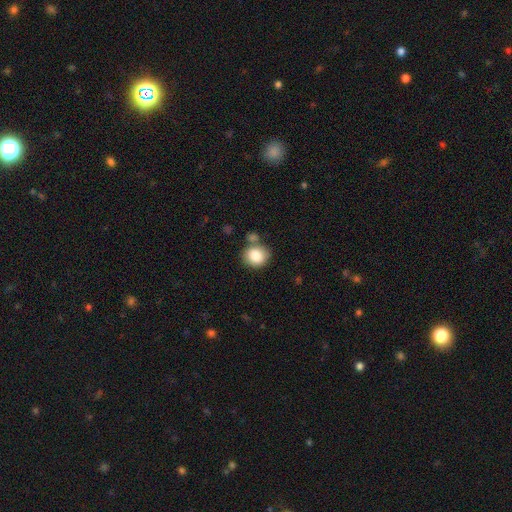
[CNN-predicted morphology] smooth 83%, star or artifact 9%, featured or disk 8%. Down the decision tree: how rounded — round (77%); merging — none (66%).